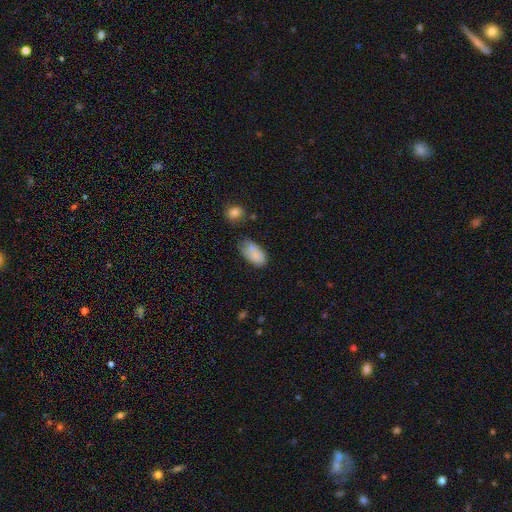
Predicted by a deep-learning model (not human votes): smooth_or_featured: smooth (p=0.81) [alt: featured or disk p=0.11]
how_rounded: in between (p=0.94) [alt: round p=0.04]
merging: none (p=0.54) [alt: minor disturbance p=0.30]